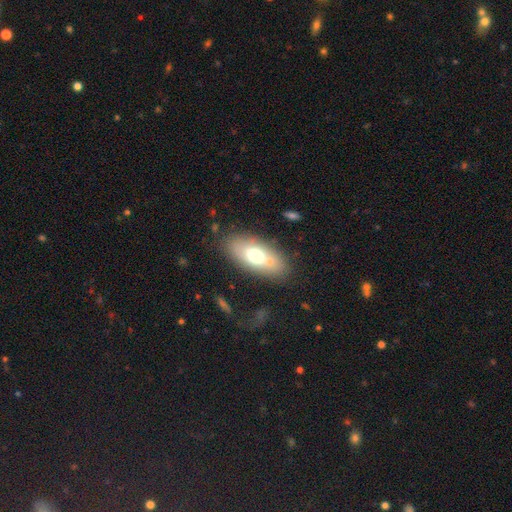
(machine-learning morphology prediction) smooth-or-featured: smooth: 64% | featured or disk: 28% | star or artifact: 8%
  how-rounded: in between: 85% | cigar-shaped: 11% | round: 4%
  merging: none: 78% | minor disturbance: 13% | major disturbance: 5% | merger: 4%